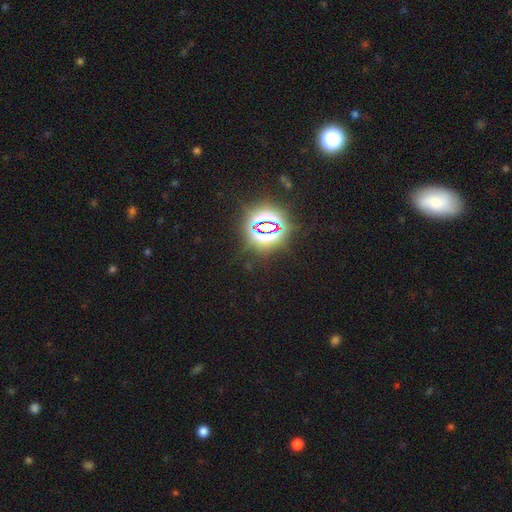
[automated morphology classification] Smooth or featured: star or artifact — 78% (smooth — 15%)